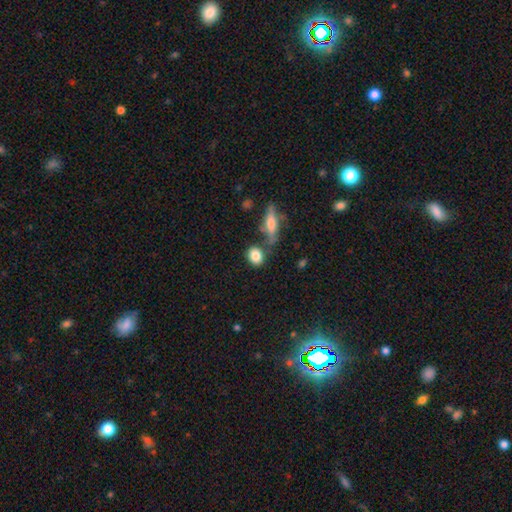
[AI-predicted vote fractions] Smooth or featured? Predicted: smooth (p=0.83). How rounded? Predicted: in between (p=0.50). Merging? Predicted: none (p=0.67).